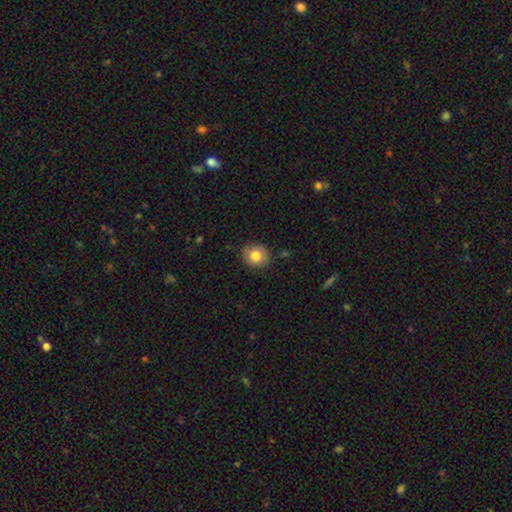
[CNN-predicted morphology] smooth 83%, star or artifact 9%, featured or disk 8%. Down the decision tree: how rounded — round (78%); merging — none (85%).